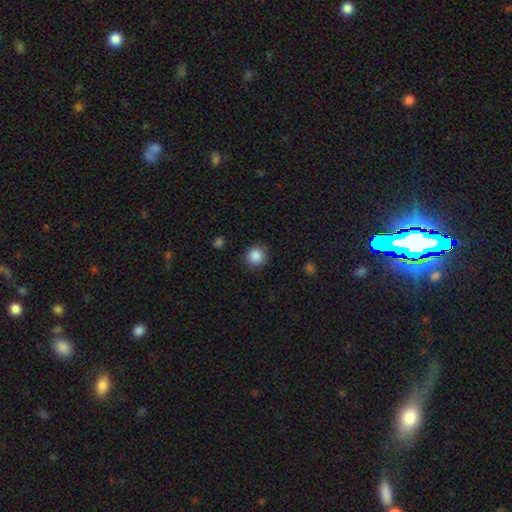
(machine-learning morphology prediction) Smooth or featured?
  - smooth: 87% *
  - star or artifact: 9%
  - featured or disk: 3%
How rounded?
  - round: 92% *
  - in between: 7%
  - cigar-shaped: 1%
Merging?
  - none: 89% *
  - minor disturbance: 8%
  - major disturbance: 2%
  - merger: 1%